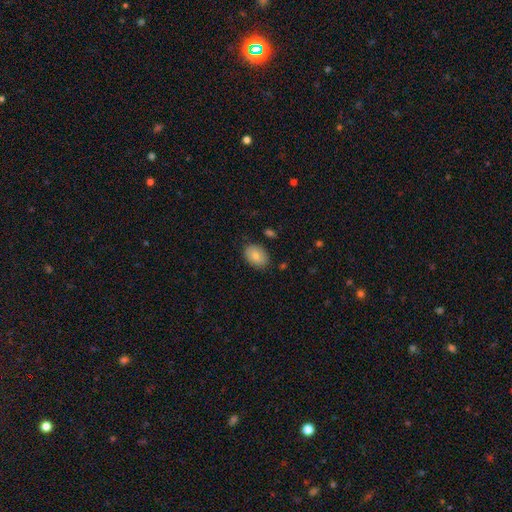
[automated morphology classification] The model was most divided on "how rounded": in between: 78%, round: 21%, cigar-shaped: 1%. More confident: merging — none (82%); smooth or featured — smooth (79%).